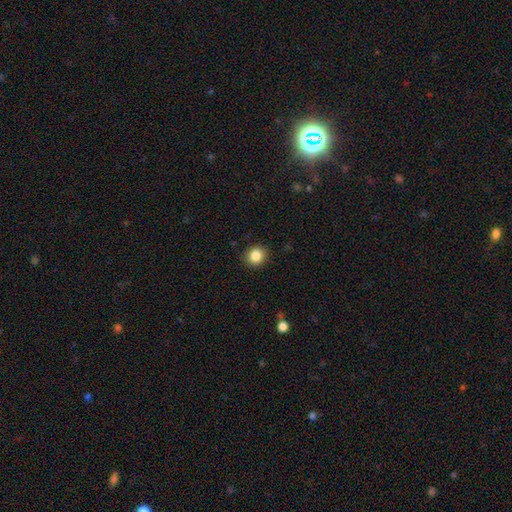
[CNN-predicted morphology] type=smooth (85%); roundness=round (83%); merging=none (90%).